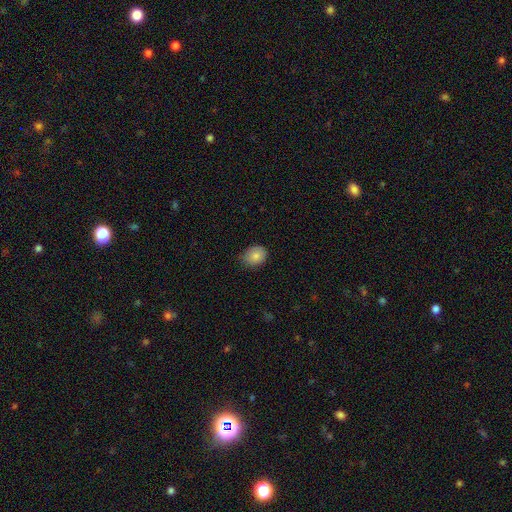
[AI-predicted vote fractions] smooth_or_featured: smooth (p=0.83) [alt: featured or disk p=0.09]
how_rounded: in between (p=0.53) [alt: round p=0.46]
merging: none (p=0.71) [alt: minor disturbance p=0.24]